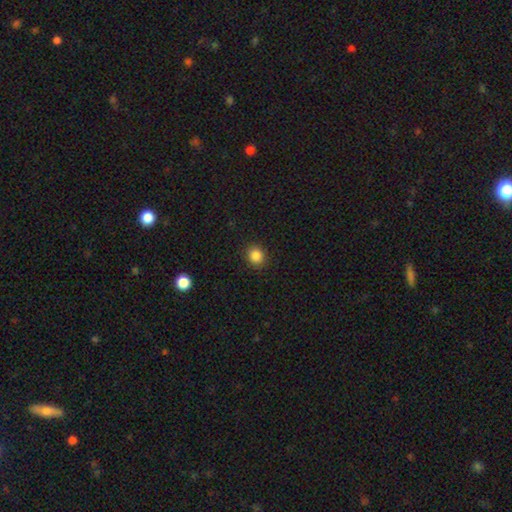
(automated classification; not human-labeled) A smooth galaxy with no disk features (86%) that is round (81%).

Vote fractions:
- Smooth or featured? smooth: 86% / star or artifact: 11% / featured or disk: 4%
- How rounded? round: 81% / in between: 18% / cigar-shaped: 1%
- Merging? none: 91% / minor disturbance: 6% / major disturbance: 2% / merger: 1%